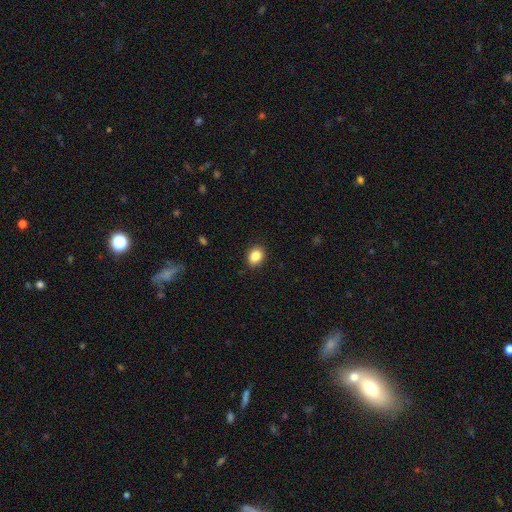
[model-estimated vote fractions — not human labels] smooth 86%, star or artifact 9%, featured or disk 5%. Down the decision tree: how rounded — in between (60%); merging — none (88%).